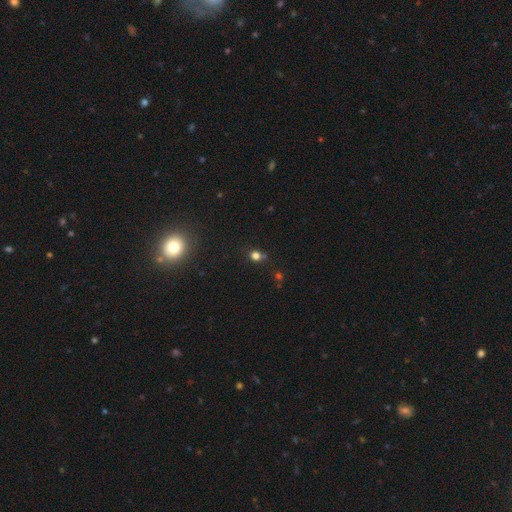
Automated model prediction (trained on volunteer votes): A smooth galaxy with no disk features (69%) that is round (79%). Merging: none (68%).